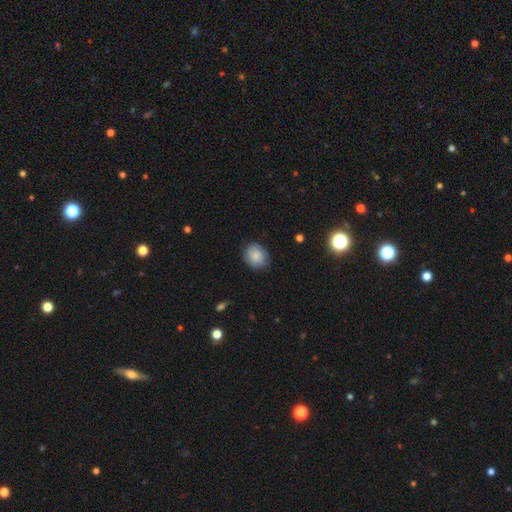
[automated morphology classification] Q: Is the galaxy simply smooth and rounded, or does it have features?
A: smooth — 85%.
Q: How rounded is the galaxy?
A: round — 62%.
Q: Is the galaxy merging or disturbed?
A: none — 83%.